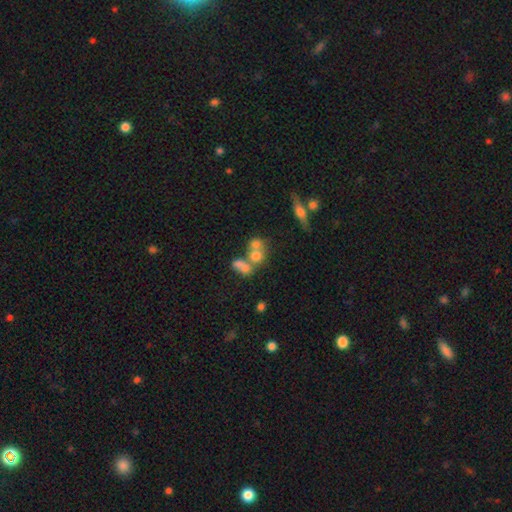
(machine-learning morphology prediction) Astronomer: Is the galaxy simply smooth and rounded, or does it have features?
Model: smooth — 62%.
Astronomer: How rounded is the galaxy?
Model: round — 59% (runner-up: in between, 38%).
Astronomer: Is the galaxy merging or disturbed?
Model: merger — 55%.